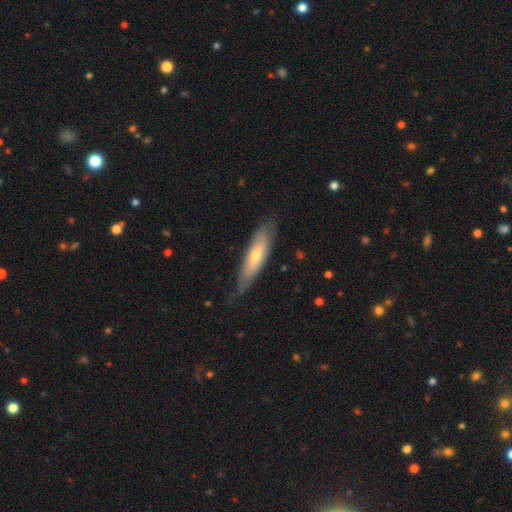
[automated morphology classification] A smooth galaxy with no disk features (53%) that is cigar-shaped (66%). Merging: none (71%).